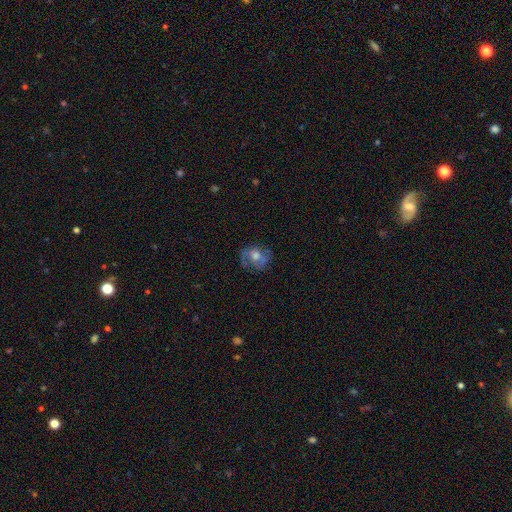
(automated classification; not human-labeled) Smooth or featured?
  - featured or disk: 48% *
  - smooth: 41%
  - star or artifact: 10%
Merging?
  - none: 66% *
  - minor disturbance: 21%
  - major disturbance: 12%
  - merger: 2%